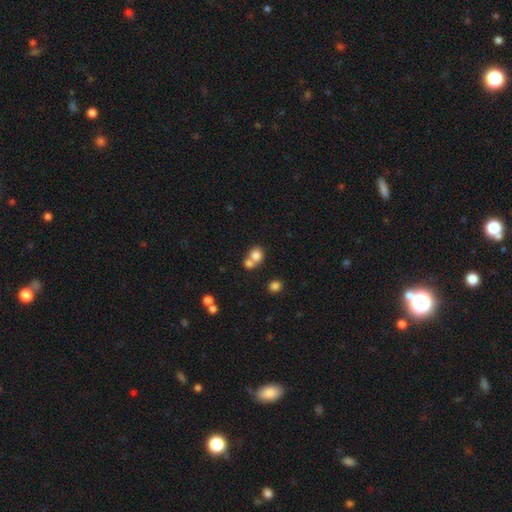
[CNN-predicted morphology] Smooth or featured?
  - smooth: 79% *
  - star or artifact: 11%
  - featured or disk: 10%
How rounded?
  - round: 75% *
  - in between: 24%
  - cigar-shaped: 1%
Merging?
  - merger: 50% *
  - none: 40%
  - minor disturbance: 7%
  - major disturbance: 3%